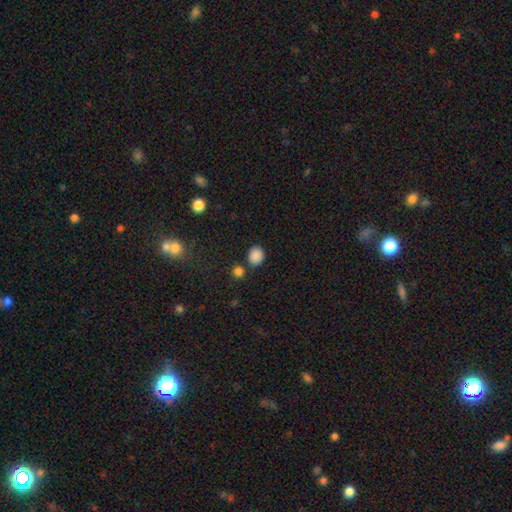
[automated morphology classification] smooth_or_featured: smooth (p=0.86) [alt: star or artifact p=0.11]
how_rounded: round (p=0.58) [alt: in between p=0.41]
merging: none (p=0.78) [alt: minor disturbance p=0.10]